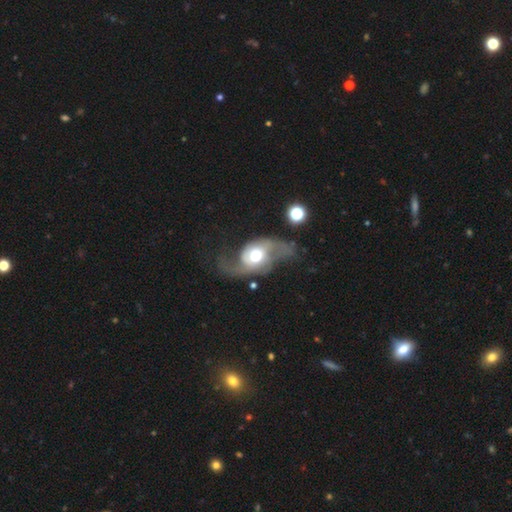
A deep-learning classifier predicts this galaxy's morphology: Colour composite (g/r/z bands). It shows a featured or disk galaxy (80%) with no bar (67%), 2 (88%) loose (71%) spiral arms (91%) and a moderate central bulge (58%). Merging: none (43%).